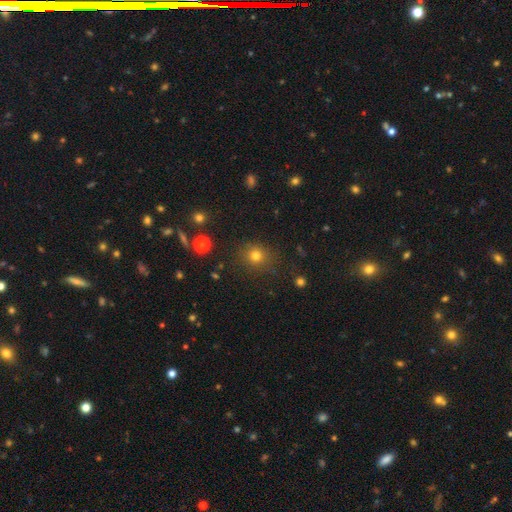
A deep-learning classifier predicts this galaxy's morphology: Smooth or featured? smooth (78%)
How rounded? round (88%)
Merging? none (86%)